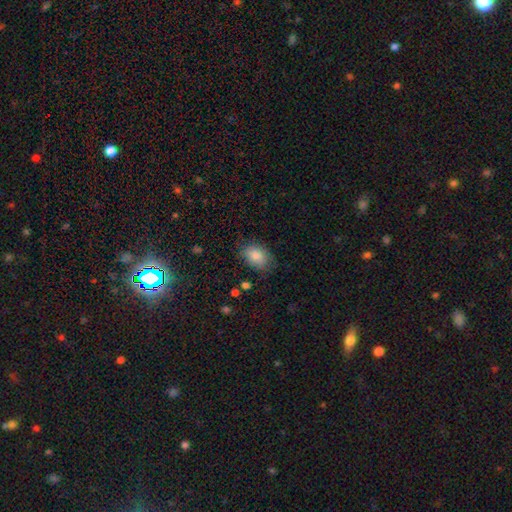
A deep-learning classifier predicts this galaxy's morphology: type=smooth (84%); roundness=in between (78%); merging=none (77%).